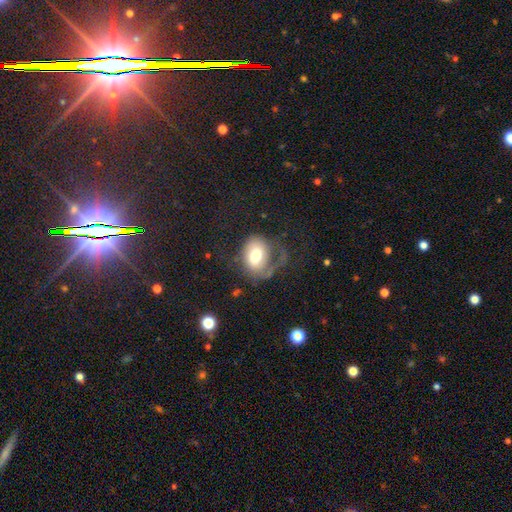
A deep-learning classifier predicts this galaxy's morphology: A smooth galaxy with no disk features (60%) that is in between round and cigar-shaped (69%).

Vote fractions:
- Smooth or featured? smooth: 60% / featured or disk: 32% / star or artifact: 8%
- How rounded? in between: 69% / round: 29% / cigar-shaped: 1%
- Merging? major disturbance: 42% / none: 34% / minor disturbance: 21% / merger: 3%